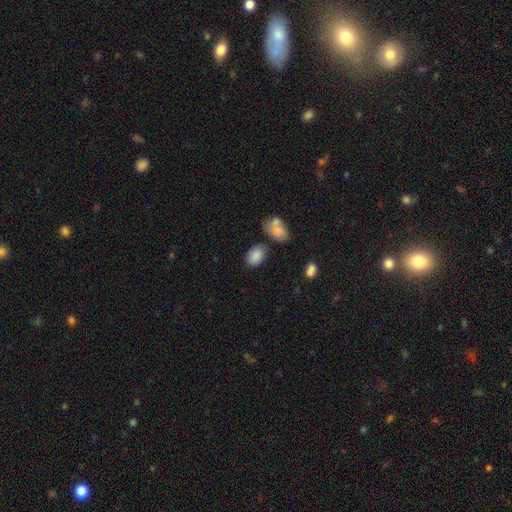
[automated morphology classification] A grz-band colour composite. It shows a smooth galaxy with no disk features (87%) that is in between round and cigar-shaped (86%). Merging: none (74%).